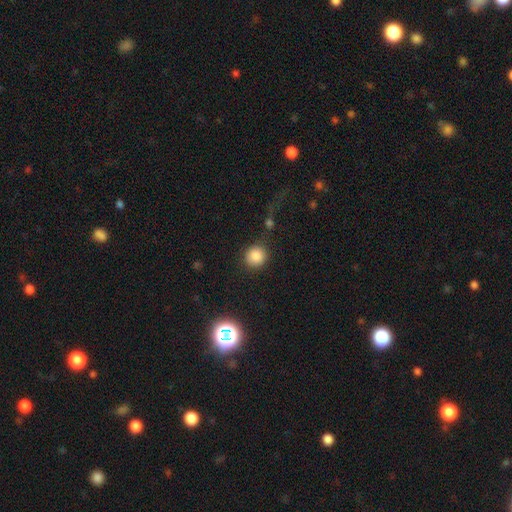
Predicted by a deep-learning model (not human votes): smooth 84%, star or artifact 11%, featured or disk 5%. Down the decision tree: how rounded — round (91%); merging — none (80%).